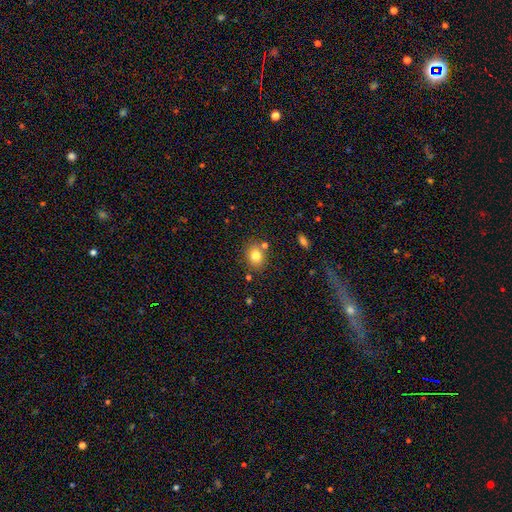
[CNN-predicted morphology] Smooth or featured: smooth — 79% (star or artifact — 11%)
How rounded: round — 56% (in between — 43%)
Merging: none — 77% (minor disturbance — 11%)